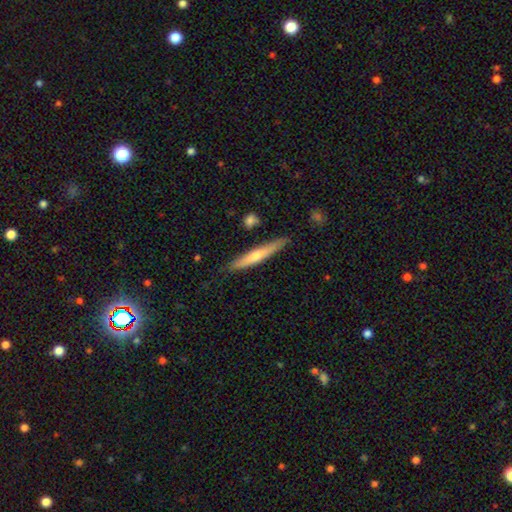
This is possibly a featured or disk galaxy (51%). It is clearly viewed edge-on (95%). Edge-on bulge: clearly rounded (84%). Merging: clearly none (84%).